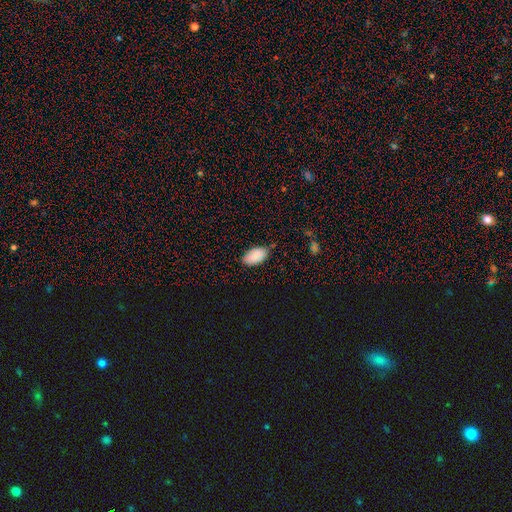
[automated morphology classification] A smooth galaxy with no disk features (88%) that is in between round and cigar-shaped (95%).

Vote fractions:
- Smooth or featured? smooth: 88% / star or artifact: 7% / featured or disk: 5%
- How rounded? in between: 95% / round: 3% / cigar-shaped: 2%
- Merging? none: 72% / minor disturbance: 23% / major disturbance: 4% / merger: 2%